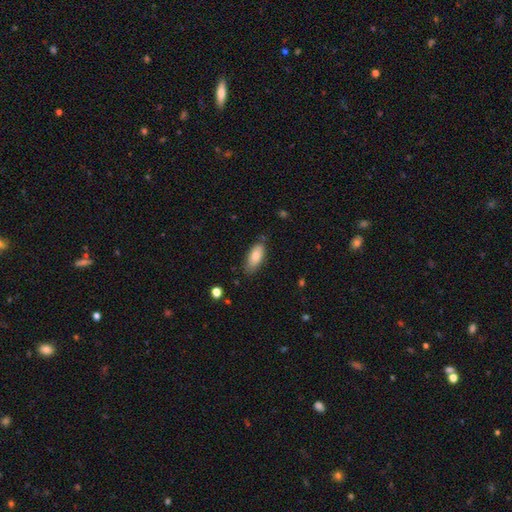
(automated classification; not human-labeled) Overall: smooth (81%). How rounded: in between (85%). Merging: none (76%).